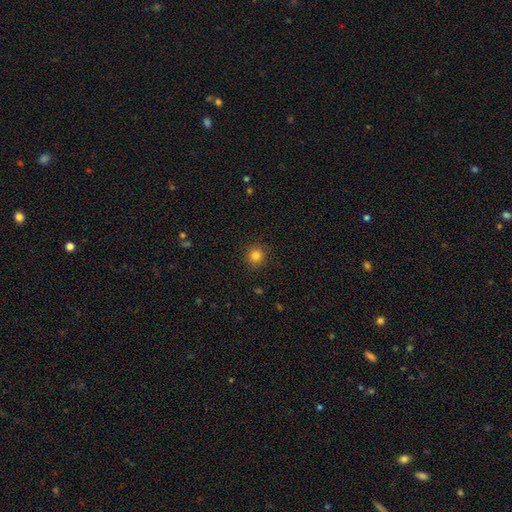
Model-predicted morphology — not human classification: Smooth or featured? Predicted: smooth (p=0.83). How rounded? Predicted: round (p=0.93). Merging? Predicted: none (p=0.91).